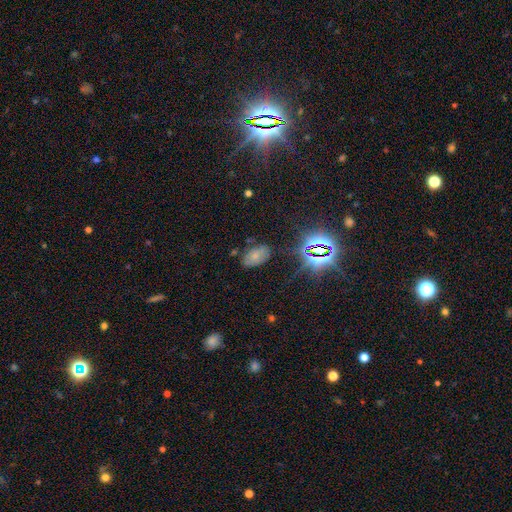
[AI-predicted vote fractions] Q: Smooth or featured?
A: smooth (59%); runner-up: star or artifact (26%)
Q: How rounded?
A: in between (92%); runner-up: round (6%)
Q: Merging?
A: none (74%); runner-up: minor disturbance (18%)